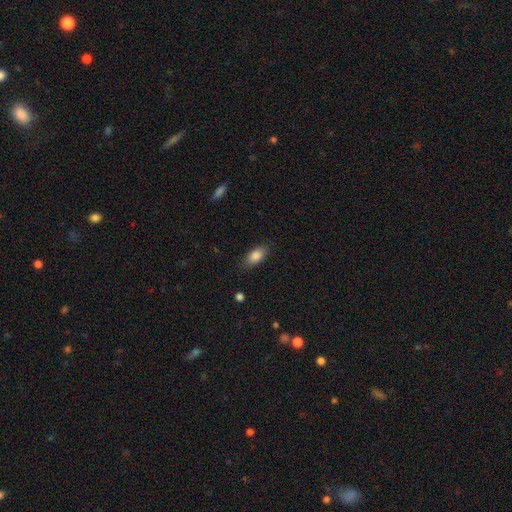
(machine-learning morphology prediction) type=smooth (85%); roundness=in between (88%); merging=none (83%).